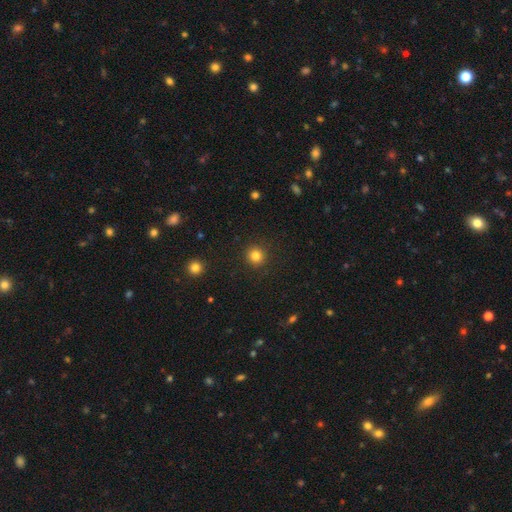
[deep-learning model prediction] smooth-or-featured: smooth: 83% | star or artifact: 12% | featured or disk: 5%
  how-rounded: round: 93% | in between: 6% | cigar-shaped: 1%
  merging: none: 91% | minor disturbance: 6% | major disturbance: 2% | merger: 1%